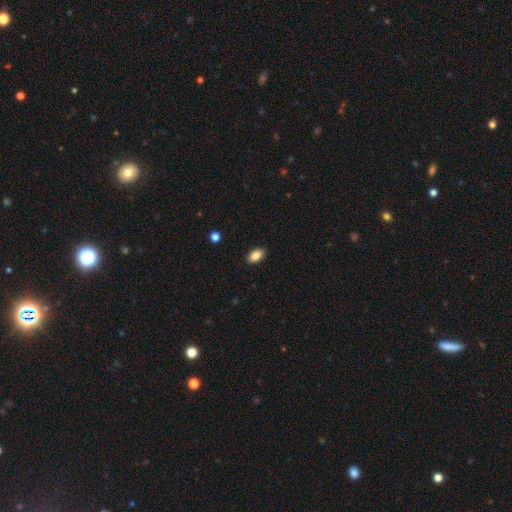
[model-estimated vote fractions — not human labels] Smooth or featured: smooth — 86% (star or artifact — 8%)
How rounded: in between — 92% (round — 6%)
Merging: none — 90% (minor disturbance — 7%)